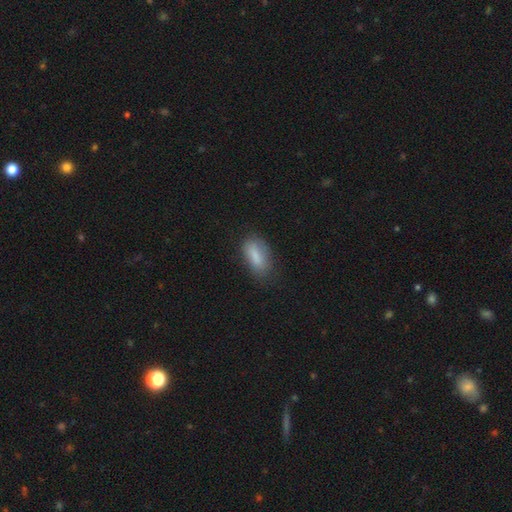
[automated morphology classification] smooth_or_featured: smooth (p=0.81) [alt: featured or disk p=0.11]
how_rounded: in between (p=0.83) [alt: cigar-shaped p=0.14]
merging: none (p=0.69) [alt: minor disturbance p=0.22]